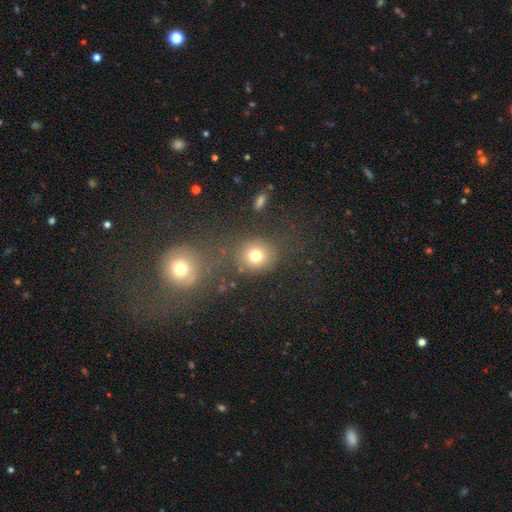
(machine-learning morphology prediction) Q: Smooth or featured?
A: smooth (77%); runner-up: star or artifact (14%)
Q: How rounded?
A: round (83%); runner-up: in between (16%)
Q: Merging?
A: none (74%); runner-up: minor disturbance (10%)